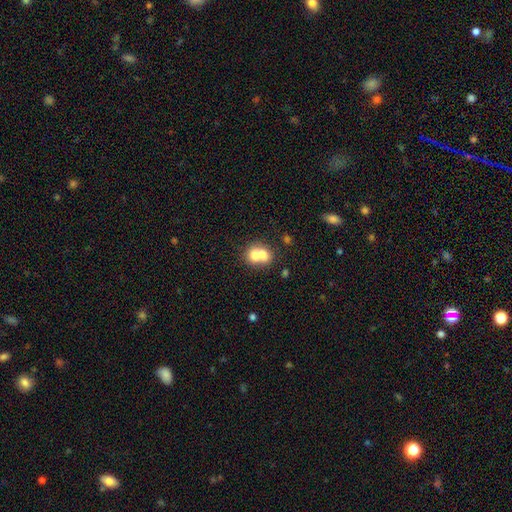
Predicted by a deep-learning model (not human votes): A smooth galaxy with no disk features (69%) that is round (61%).

Vote fractions:
- Smooth or featured? smooth: 69% / featured or disk: 21% / star or artifact: 10%
- How rounded? round: 61% / in between: 39% / cigar-shaped: 1%
- Merging? merger: 69% / none: 22% / minor disturbance: 6% / major disturbance: 3%